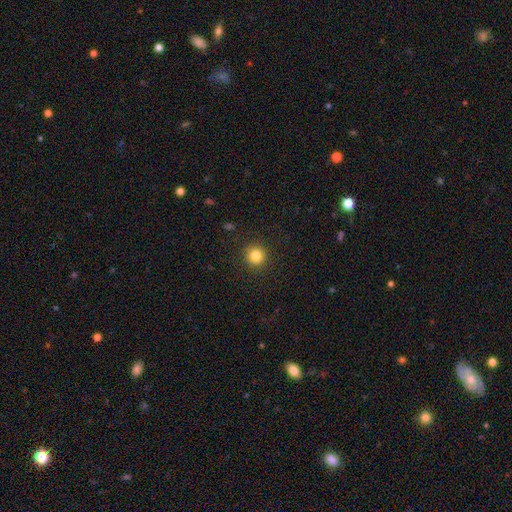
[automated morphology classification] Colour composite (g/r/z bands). It shows a smooth galaxy with no disk features (83%) that is round (95%). Merging: none (91%).